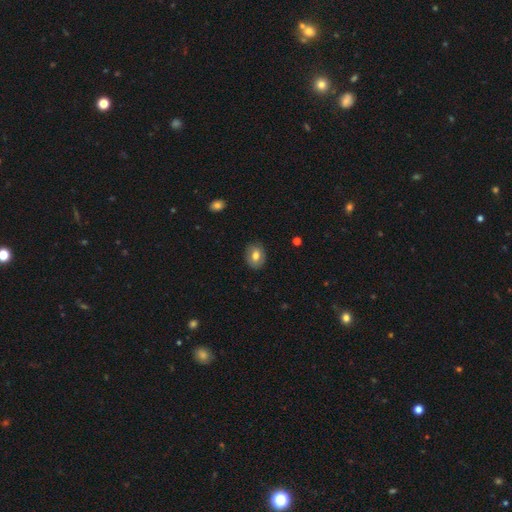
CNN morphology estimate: This appears to be a smooth galaxy with no disk features (72%) that is in between round and cigar-shaped (55%). Merging: none (85%).